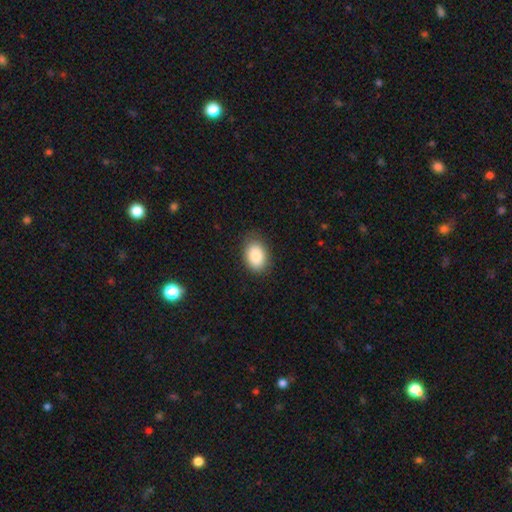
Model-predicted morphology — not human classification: The model was most divided on "how rounded": in between: 79%, round: 20%, cigar-shaped: 1%. More confident: smooth or featured — smooth (86%); merging — none (82%).